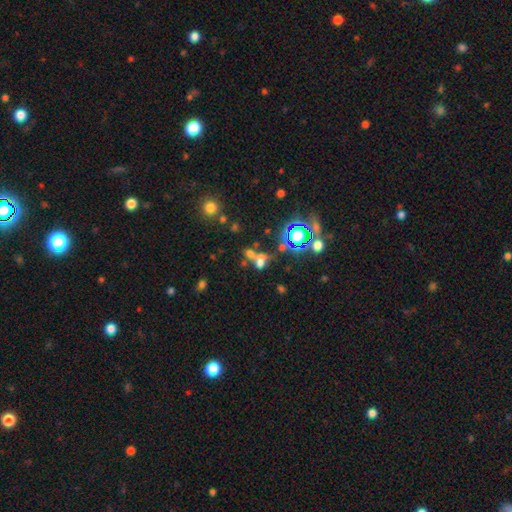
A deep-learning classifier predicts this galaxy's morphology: Smooth or featured?
  - smooth: 48% *
  - star or artifact: 34%
  - featured or disk: 19%
Merging?
  - merger: 49% *
  - none: 36%
  - minor disturbance: 8%
  - major disturbance: 7%